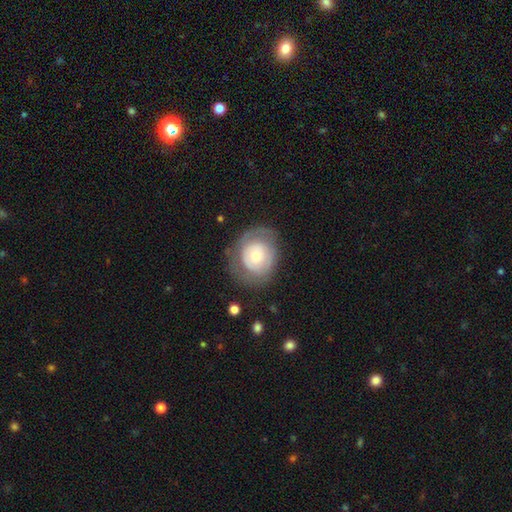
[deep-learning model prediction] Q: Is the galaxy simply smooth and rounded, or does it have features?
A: featured or disk — 51%.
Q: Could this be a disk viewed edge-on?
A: no — 96%.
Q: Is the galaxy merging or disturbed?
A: none — 67%.